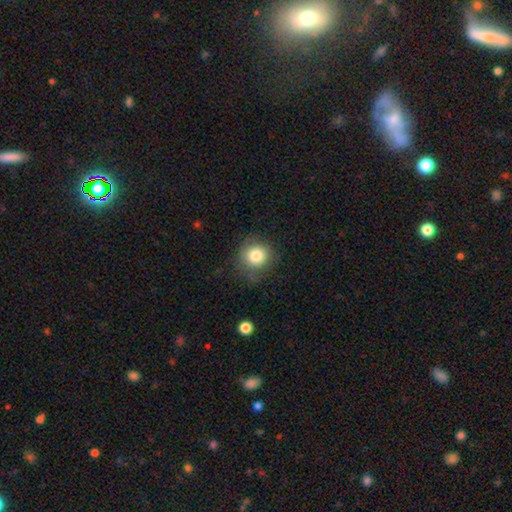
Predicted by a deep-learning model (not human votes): Morphology: type=smooth (80%); roundness=round (88%); merging=none (73%).